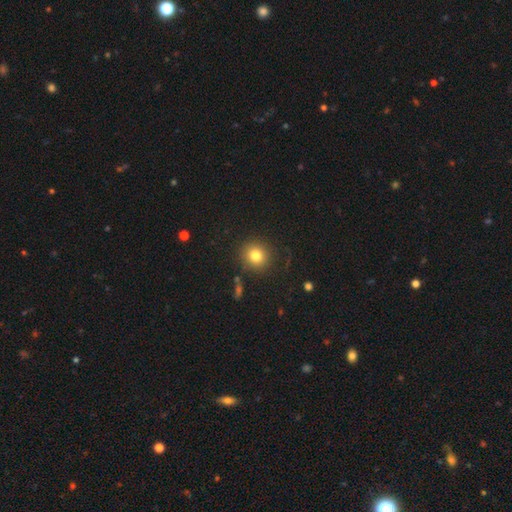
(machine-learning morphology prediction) Smooth or featured: smooth — 80% (star or artifact — 12%)
How rounded: round — 90% (in between — 9%)
Merging: none — 87% (minor disturbance — 8%)